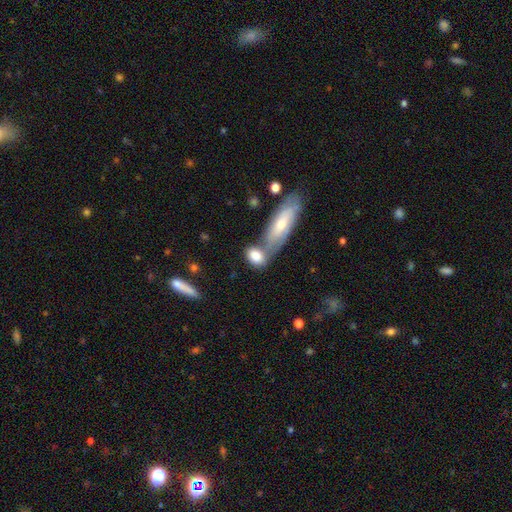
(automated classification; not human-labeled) The model was most divided on "merging": merger: 44%, none: 35%, minor disturbance: 14%, major disturbance: 7%. More confident: smooth or featured — smooth (78%); how rounded — in between (75%).